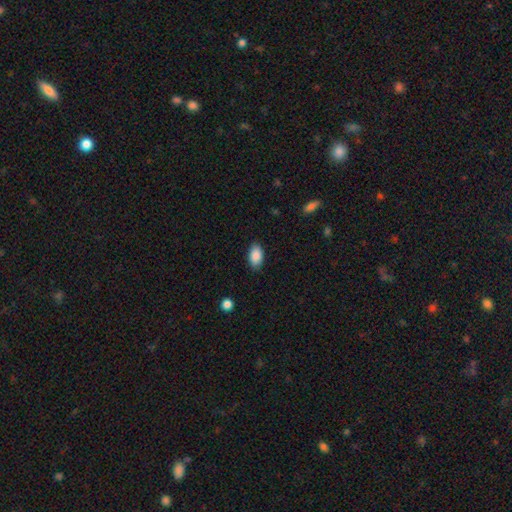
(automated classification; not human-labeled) The model was most divided on "merging": none: 85%, minor disturbance: 11%, major disturbance: 3%, merger: 1%. More confident: how rounded — in between (93%); smooth or featured — smooth (89%).